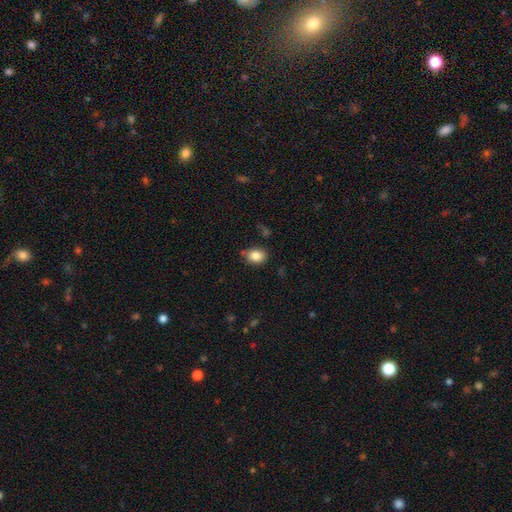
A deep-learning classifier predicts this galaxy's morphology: smooth 84%, star or artifact 9%, featured or disk 7%. Down the decision tree: how rounded — in between (64%); merging — none (74%).